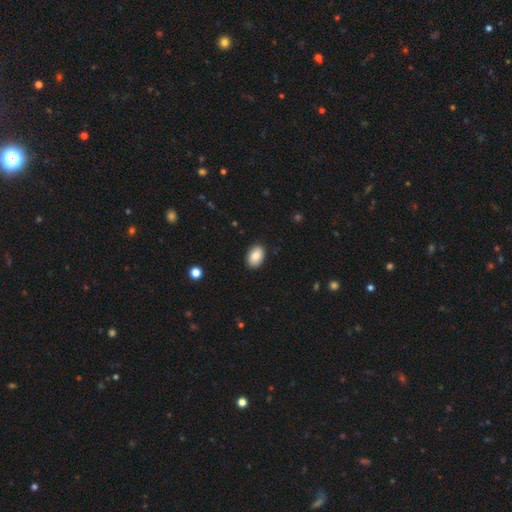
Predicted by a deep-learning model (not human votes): This is clearly a smooth galaxy (82%). How rounded: clearly in between (86%). Merging: clearly none (89%).